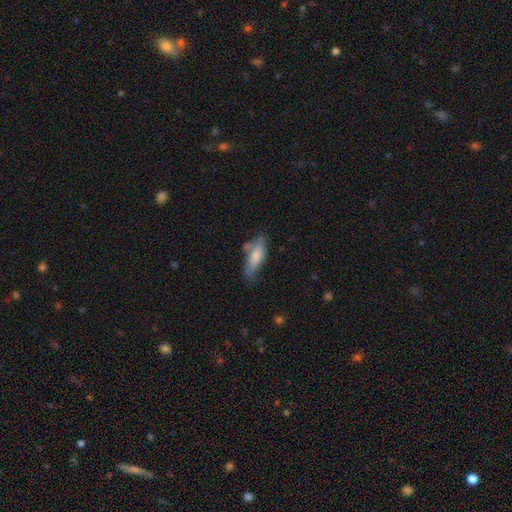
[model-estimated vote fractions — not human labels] This appears to be a smooth galaxy with no disk features (72%) that is in between round and cigar-shaped (61%). Merging: none (50%).